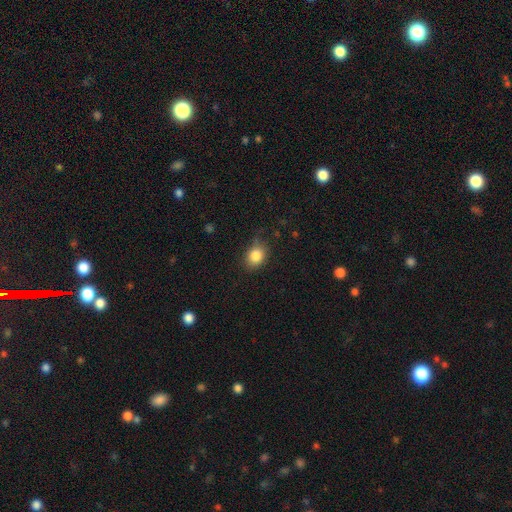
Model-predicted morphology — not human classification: This is clearly a smooth galaxy (84%). How rounded: possibly in between (52%). Merging: likely none (69%).